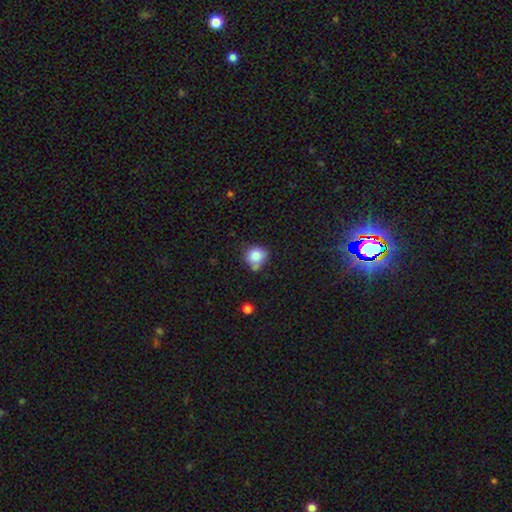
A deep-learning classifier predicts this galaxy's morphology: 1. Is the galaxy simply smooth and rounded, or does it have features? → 80% smooth, 11% star or artifact, 10% featured or disk.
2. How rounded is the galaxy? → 77% round, 22% in between, 1% cigar-shaped.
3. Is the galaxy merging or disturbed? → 53% none, 26% minor disturbance, 14% merger, 8% major disturbance.